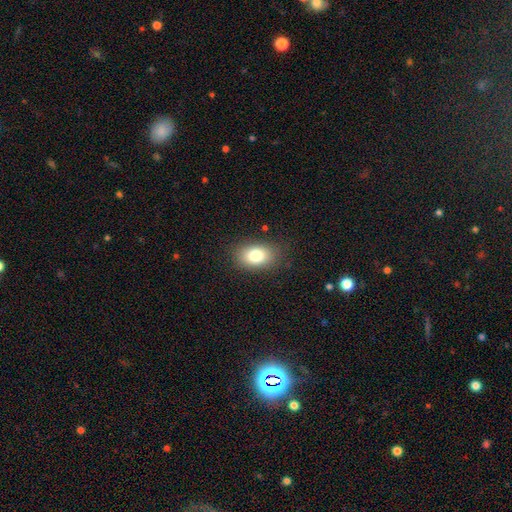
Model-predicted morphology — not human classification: Smooth or featured?
  - smooth: 81% *
  - featured or disk: 9%
  - star or artifact: 9%
How rounded?
  - in between: 84% *
  - round: 14%
  - cigar-shaped: 1%
Merging?
  - none: 85% *
  - minor disturbance: 11%
  - major disturbance: 3%
  - merger: 1%